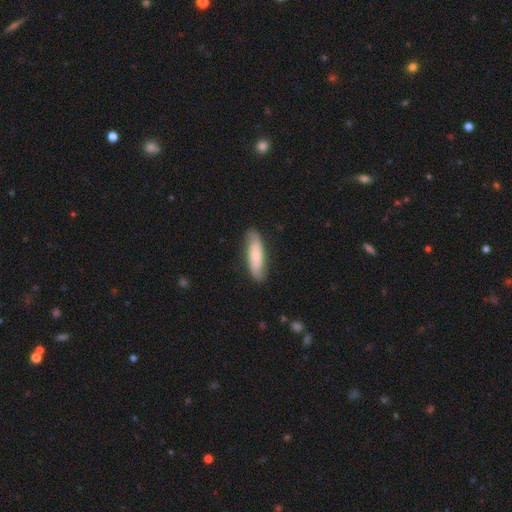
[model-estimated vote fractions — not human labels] Smooth or featured? smooth (71%)
How rounded? cigar-shaped (65%)
Merging? none (82%)